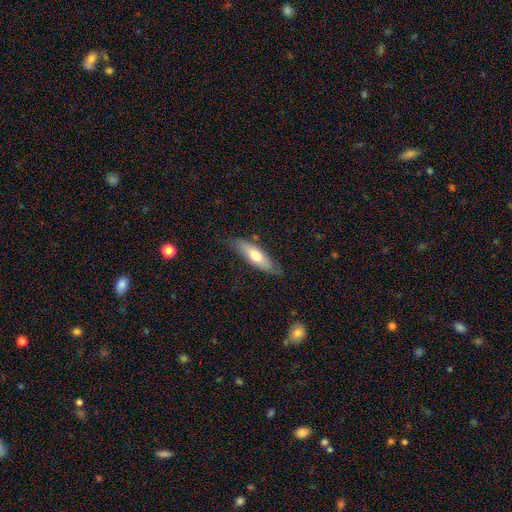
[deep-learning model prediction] Smooth or featured? smooth (63%)
How rounded? in between (49%)
Merging? none (77%)